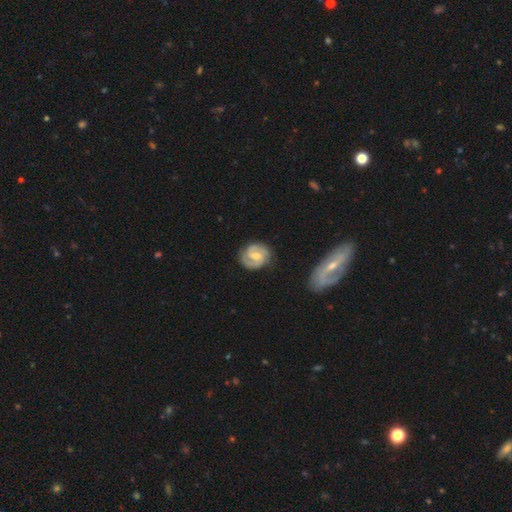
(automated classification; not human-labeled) A featured or disk galaxy (84%) with a weak bar (56%), 2 (88%) tight (48%) spiral arms (97%) and a moderate central bulge (50%).

Vote fractions:
- Smooth or featured? featured or disk: 84% / smooth: 11% / star or artifact: 5%
- Edge-on disk? no: 98% / yes: 2%
- Bar? weak: 56% / no: 26% / strong: 18%
- Spiral arms? yes: 97% / no: 3%
- Spiral winding? tight: 48% / medium: 43% / loose: 9%
- Spiral arm count? 2: 88% / can't tell: 5% / 3: 4% / 1: 2% / 4: 1% / more than 4: 1%
- Bulge size? moderate: 50% / small: 42% / none: 5% / large: 2% / dominant: 1%
- Merging? none: 81% / minor disturbance: 13% / major disturbance: 4% / merger: 2%